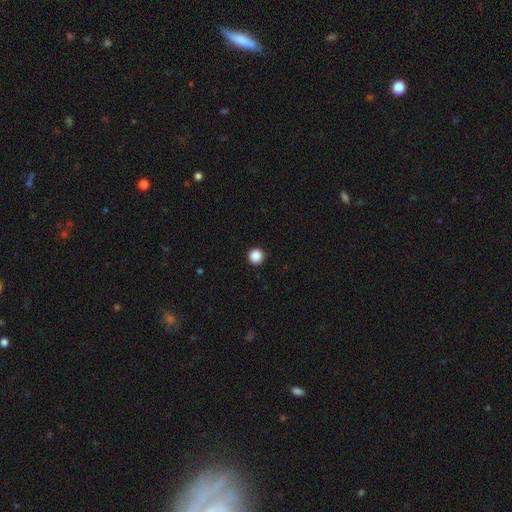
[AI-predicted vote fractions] Smooth or featured? smooth (88%)
How rounded? round (95%)
Merging? none (93%)